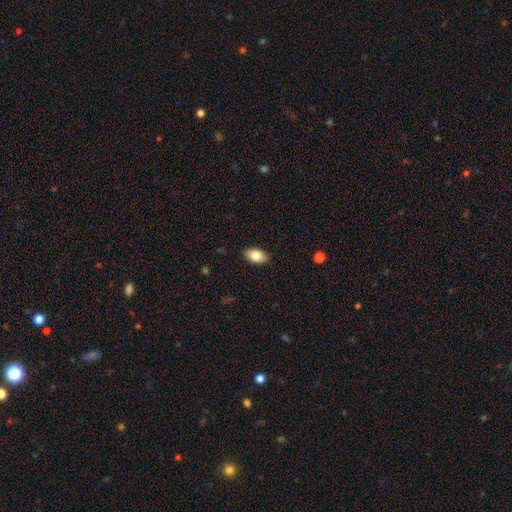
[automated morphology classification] smooth_or_featured: smooth (p=0.80) [alt: featured or disk p=0.12]
how_rounded: in between (p=0.91) [alt: round p=0.07]
merging: none (p=0.88) [alt: minor disturbance p=0.09]